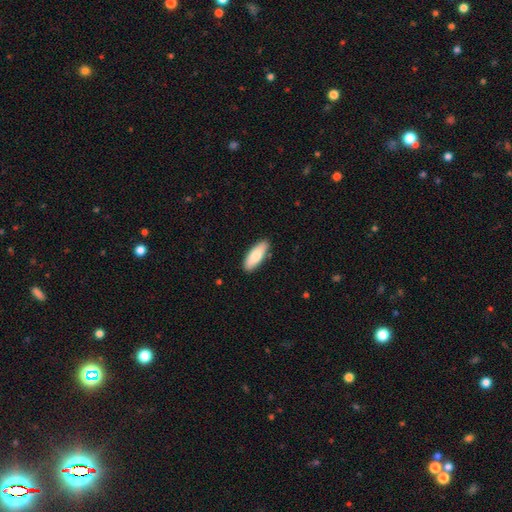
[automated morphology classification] This is clearly a smooth galaxy (82%). How rounded: likely in between (66%). Merging: clearly none (88%).